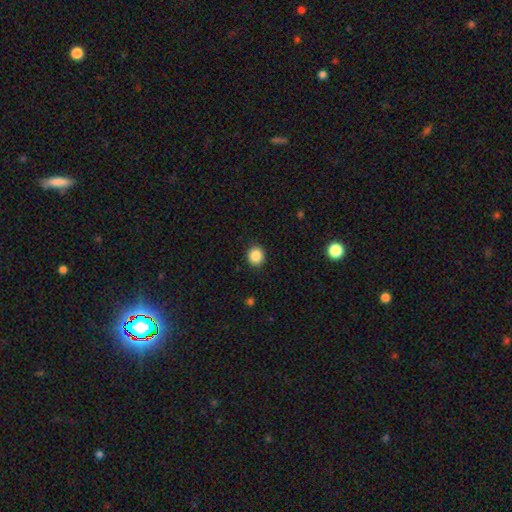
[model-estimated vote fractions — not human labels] smooth-or-featured: smooth: 87% | star or artifact: 10% | featured or disk: 3%
  how-rounded: round: 86% | in between: 13% | cigar-shaped: 1%
  merging: none: 91% | minor disturbance: 6% | major disturbance: 2% | merger: 1%